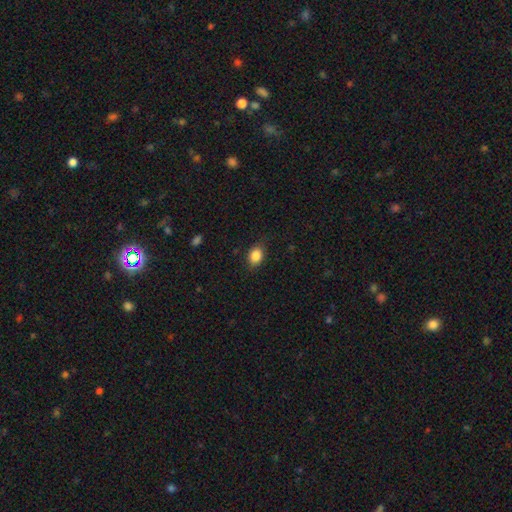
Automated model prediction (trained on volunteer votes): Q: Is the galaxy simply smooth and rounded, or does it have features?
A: smooth — 86%.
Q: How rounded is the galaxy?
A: in between — 63%.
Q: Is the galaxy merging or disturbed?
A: none — 83%.